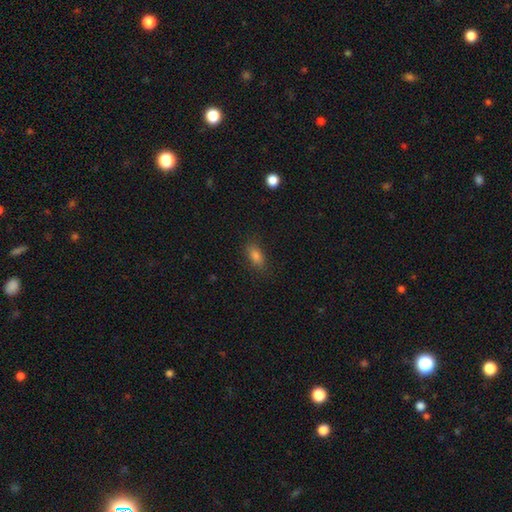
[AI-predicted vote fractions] smooth_or_featured: smooth (p=0.79) [alt: star or artifact p=0.13]
how_rounded: in between (p=0.82) [alt: cigar-shaped p=0.10]
merging: none (p=0.85) [alt: minor disturbance p=0.11]